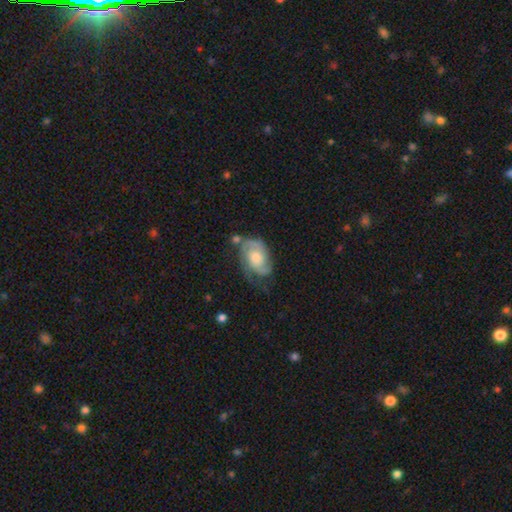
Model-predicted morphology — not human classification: Smooth or featured?
  - featured or disk: 79% *
  - smooth: 16%
  - star or artifact: 6%
Edge-on disk?
  - no: 97% *
  - yes: 3%
Bar?
  - no: 71% *
  - weak: 25%
  - strong: 4%
Spiral arms?
  - yes: 94% *
  - no: 6%
Spiral winding?
  - tight: 46% *
  - medium: 40%
  - loose: 14%
Spiral arm count?
  - 2: 67% *
  - can't tell: 13%
  - 3: 10%
  - 1: 7%
  - 4: 2%
  - more than 4: 2%
Bulge size?
  - moderate: 56% *
  - small: 25%
  - large: 13%
  - none: 4%
  - dominant: 2%
Merging?
  - none: 54% *
  - minor disturbance: 25%
  - major disturbance: 14%
  - merger: 6%